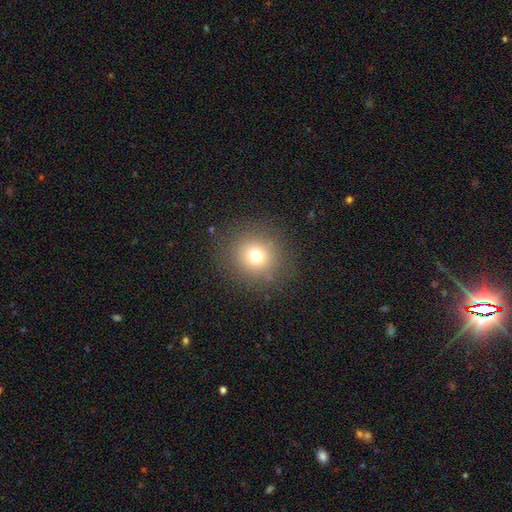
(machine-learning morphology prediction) Smooth or featured? smooth (73%)
How rounded? round (92%)
Merging? none (87%)